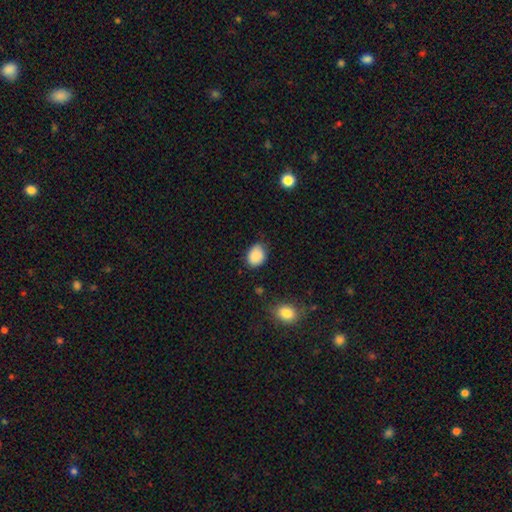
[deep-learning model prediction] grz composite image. It shows a smooth galaxy with no disk features (88%) that is in between round and cigar-shaped (61%). Merging: none (72%).